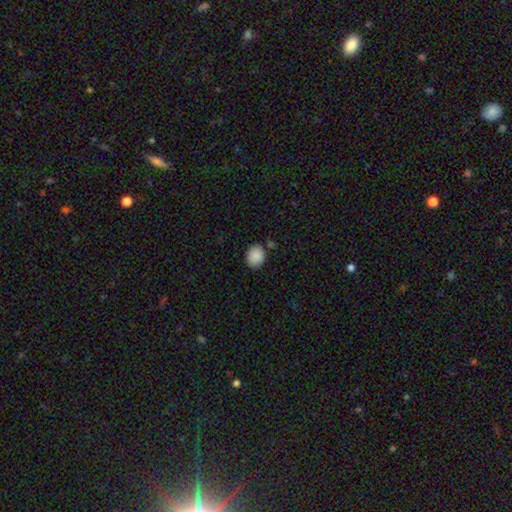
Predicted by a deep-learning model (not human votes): This is clearly a smooth galaxy (89%). How rounded: likely round (69%). Merging: clearly none (82%).